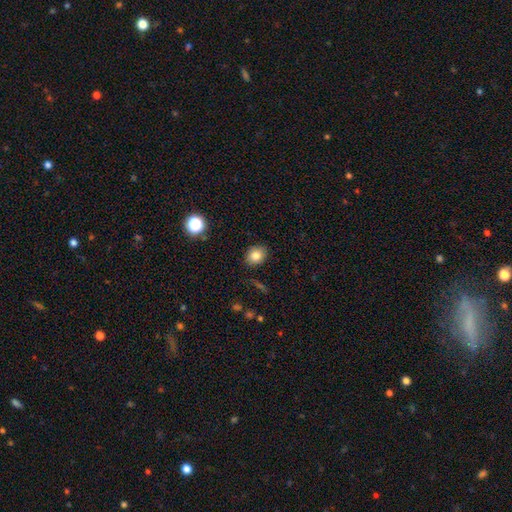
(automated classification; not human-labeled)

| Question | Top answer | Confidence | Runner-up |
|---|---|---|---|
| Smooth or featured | smooth | 82% | star or artifact (10%) |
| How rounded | in between | 53% | round (46%) |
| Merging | none | 86% | minor disturbance (10%) |